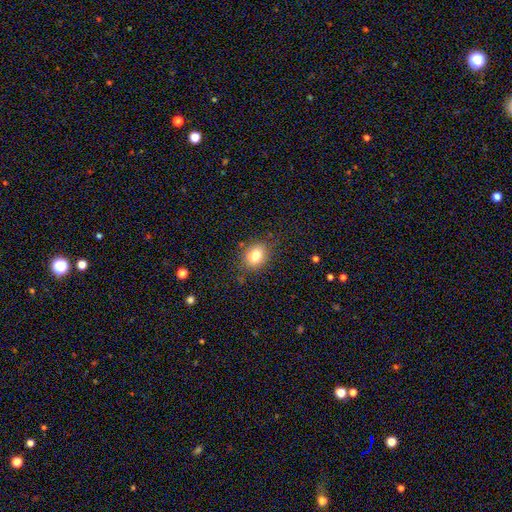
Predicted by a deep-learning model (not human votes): Smooth or featured? Predicted: smooth (p=0.80). How rounded? Predicted: in between (p=0.53). Merging? Predicted: none (p=0.81).